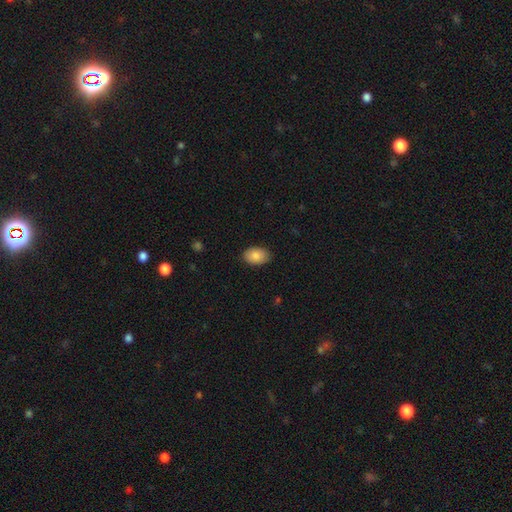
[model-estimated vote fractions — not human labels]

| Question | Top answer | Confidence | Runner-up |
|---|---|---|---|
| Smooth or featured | smooth | 86% | featured or disk (7%) |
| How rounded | in between | 86% | round (13%) |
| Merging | none | 86% | minor disturbance (11%) |